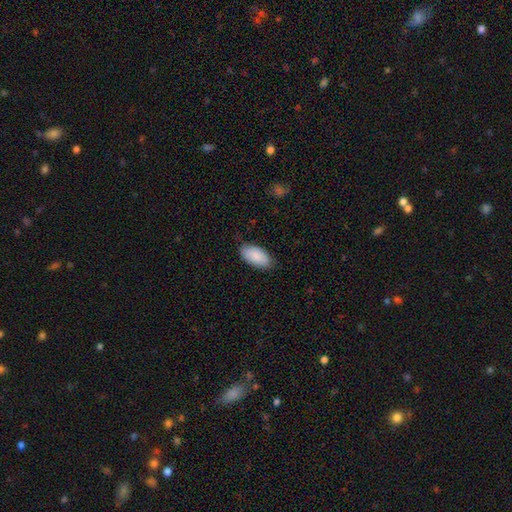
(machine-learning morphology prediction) The model was most divided on "merging": none: 78%, minor disturbance: 18%, major disturbance: 3%, merger: 1%. More confident: how rounded — in between (95%); smooth or featured — smooth (88%).